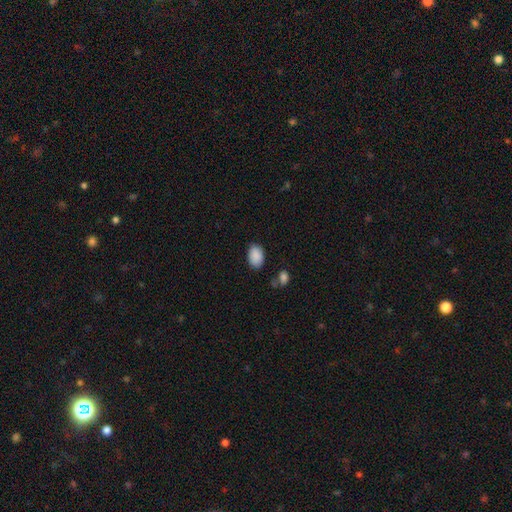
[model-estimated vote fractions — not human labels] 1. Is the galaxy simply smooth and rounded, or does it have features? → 89% smooth, 7% star or artifact, 4% featured or disk.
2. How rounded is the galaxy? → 90% in between, 9% round, 1% cigar-shaped.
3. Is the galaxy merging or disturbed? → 81% none, 13% minor disturbance, 3% major disturbance, 3% merger.